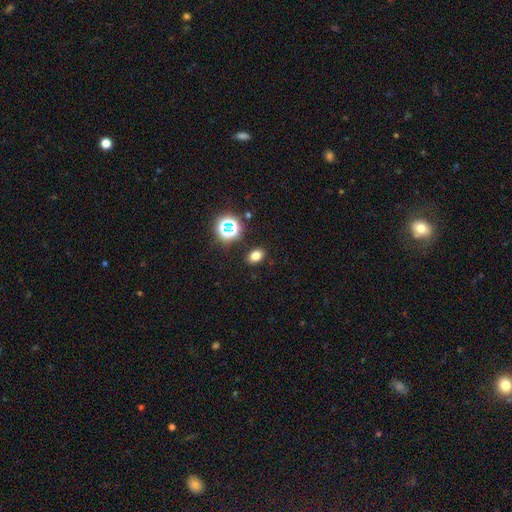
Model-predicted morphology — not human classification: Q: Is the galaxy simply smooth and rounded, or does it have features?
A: smooth — 75%.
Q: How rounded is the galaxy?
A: in between — 74%.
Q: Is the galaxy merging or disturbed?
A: none — 88%.